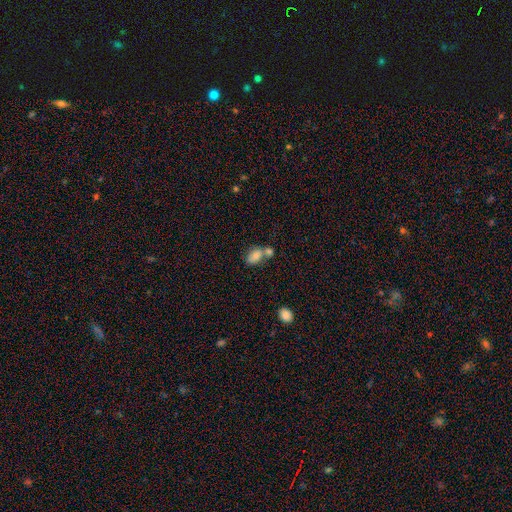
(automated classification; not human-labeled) Overall: smooth (76%). How rounded: in between (80%). Merging: merger (47%; none 35%).